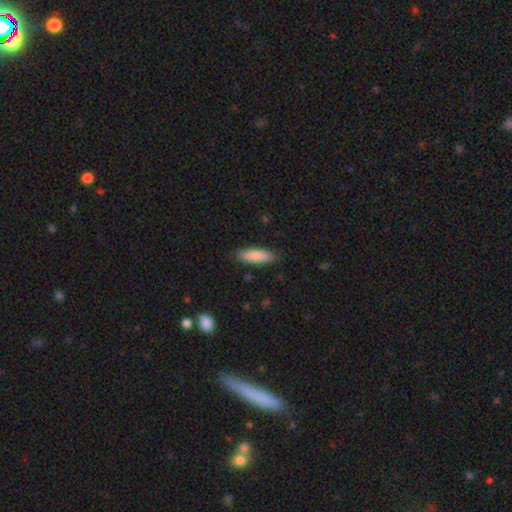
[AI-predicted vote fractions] smooth 84%, featured or disk 10%, star or artifact 6%. Down the decision tree: how rounded — cigar-shaped (50%); merging — none (85%).